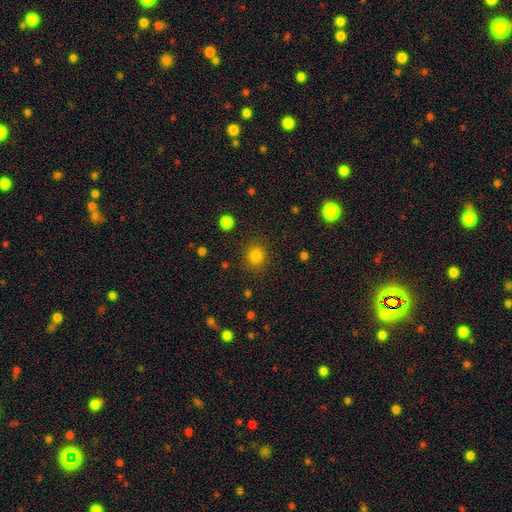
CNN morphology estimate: type=smooth (82%); roundness=round (84%); merging=none (87%).